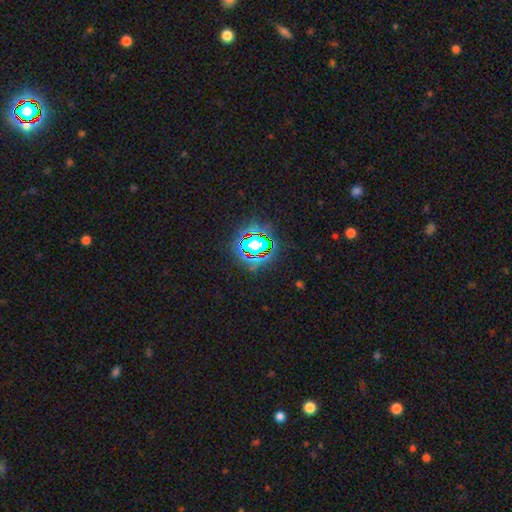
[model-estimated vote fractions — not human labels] Smooth or featured? star or artifact (82%)